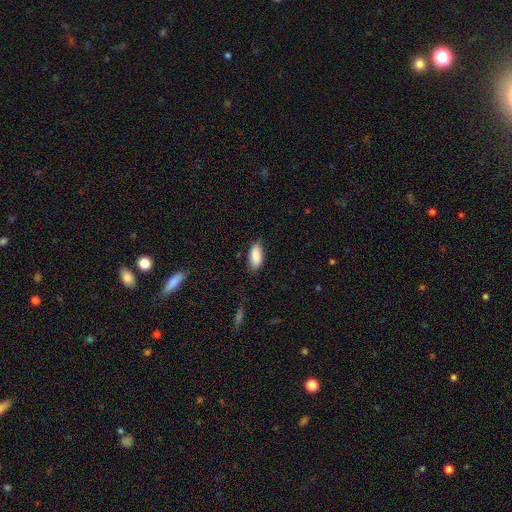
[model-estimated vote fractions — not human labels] A smooth galaxy with no disk features (87%) that is in between round and cigar-shaped (87%). Merging: none (77%).